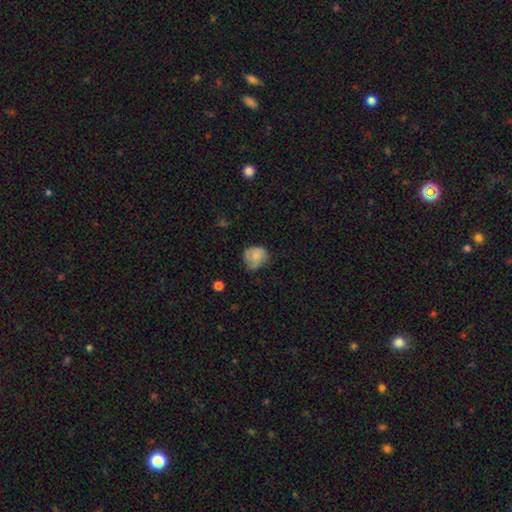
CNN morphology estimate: Smooth or featured? smooth (68%)
How rounded? round (69%)
Merging? none (52%)